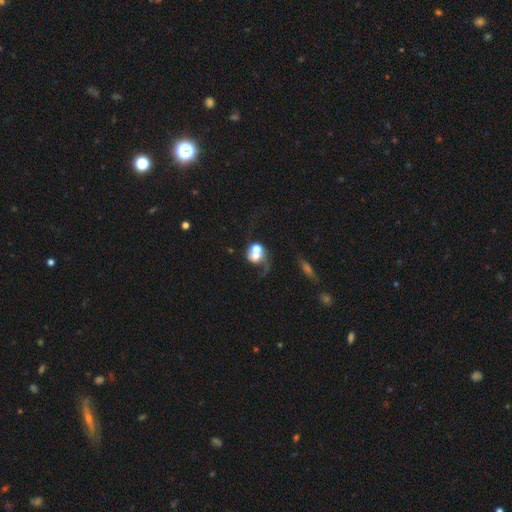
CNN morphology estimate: A smooth galaxy with no disk features (47%).

Vote fractions:
- Smooth or featured? smooth: 47% / featured or disk: 40% / star or artifact: 13%
- Merging? merger: 56% / major disturbance: 19% / none: 17% / minor disturbance: 8%